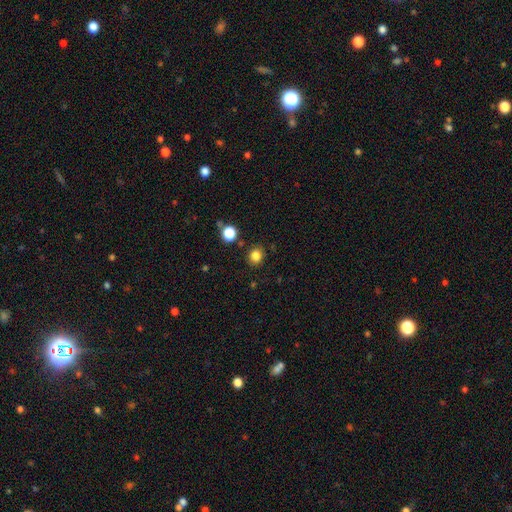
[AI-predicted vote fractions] smooth 83%, star or artifact 13%, featured or disk 5%. Down the decision tree: how rounded — round (79%); merging — none (86%).